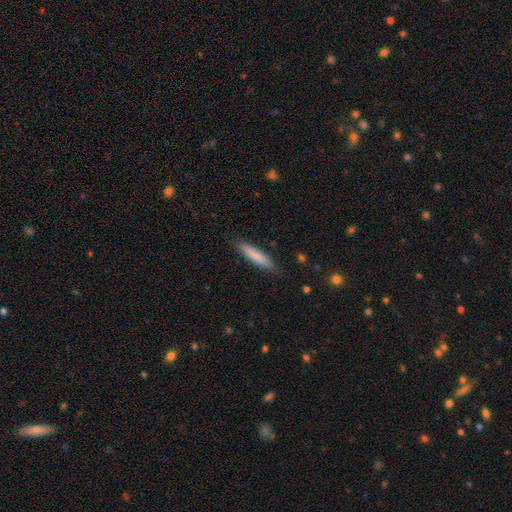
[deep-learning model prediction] Q: Smooth or featured?
A: smooth (81%); runner-up: featured or disk (13%)
Q: How rounded?
A: cigar-shaped (89%); runner-up: in between (10%)
Q: Merging?
A: none (88%); runner-up: minor disturbance (9%)